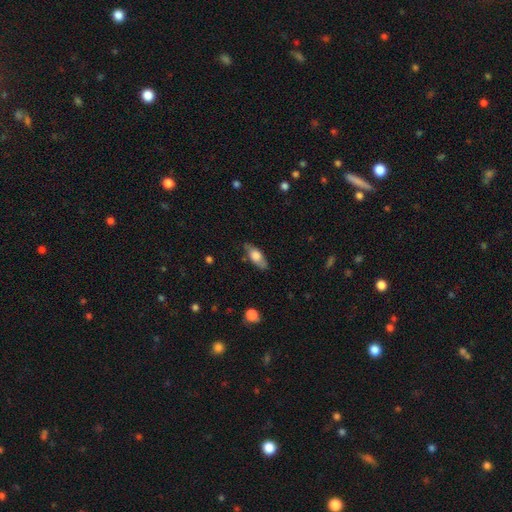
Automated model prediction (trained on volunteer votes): Overall: smooth (64%; featured or disk 29%). How rounded: in between (79%). Merging: none (75%).